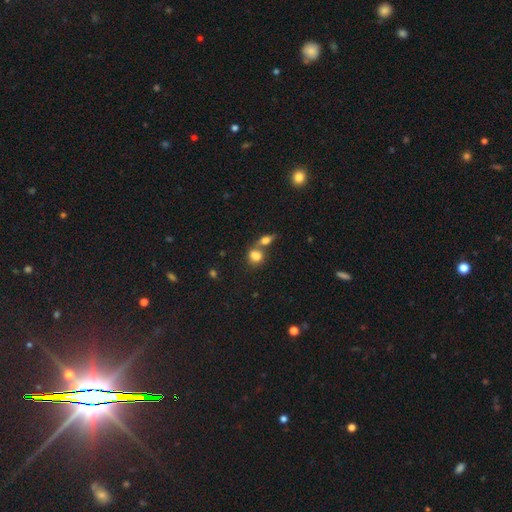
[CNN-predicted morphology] This appears to be a smooth galaxy with no disk features (79%) that is round (50%). Merging: merger (46%).